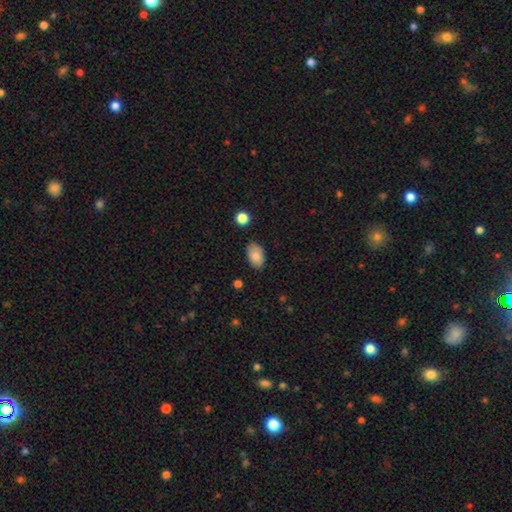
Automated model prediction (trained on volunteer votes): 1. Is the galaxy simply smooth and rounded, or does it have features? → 86% smooth, 7% star or artifact, 7% featured or disk.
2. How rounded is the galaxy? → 92% in between, 7% round, 1% cigar-shaped.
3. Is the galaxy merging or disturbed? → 83% none, 13% minor disturbance, 3% major disturbance, 2% merger.